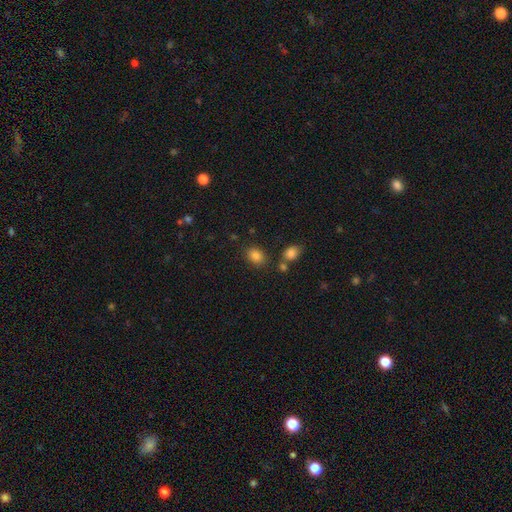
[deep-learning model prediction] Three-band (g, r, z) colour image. It shows a smooth galaxy with no disk features (84%) that is in between round and cigar-shaped (69%). Merging: none (77%).